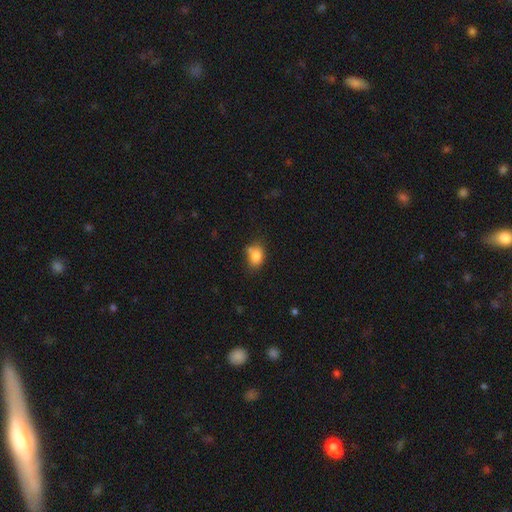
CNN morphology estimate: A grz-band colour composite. It shows a smooth galaxy with no disk features (82%) that is in between round and cigar-shaped (63%). Merging: none (61%).